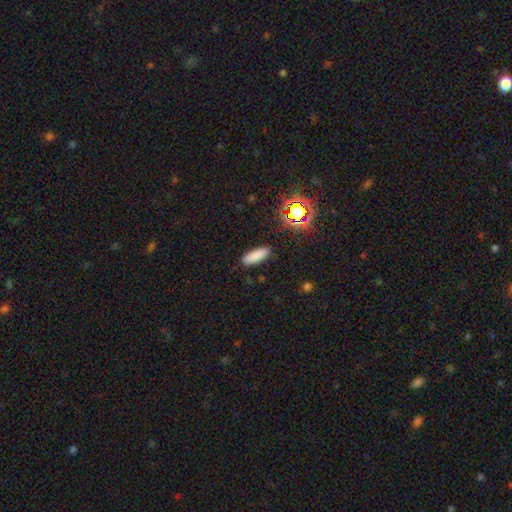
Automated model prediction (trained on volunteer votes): Smooth or featured?
  - smooth: 83% *
  - star or artifact: 11%
  - featured or disk: 6%
How rounded?
  - in between: 57% *
  - cigar-shaped: 41%
  - round: 2%
Merging?
  - none: 88% *
  - minor disturbance: 8%
  - major disturbance: 2%
  - merger: 1%